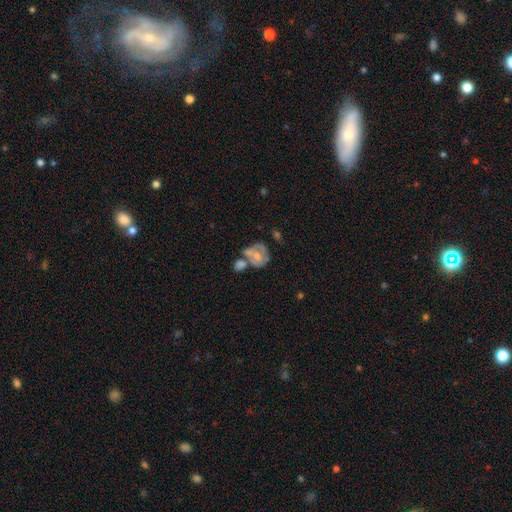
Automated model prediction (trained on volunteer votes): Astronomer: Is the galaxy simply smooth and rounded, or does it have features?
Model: featured or disk — 52% (runner-up: smooth, 41%).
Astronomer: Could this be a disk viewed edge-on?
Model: no — 97%.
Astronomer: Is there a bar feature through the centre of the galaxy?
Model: no — 79%.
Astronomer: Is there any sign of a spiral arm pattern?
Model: no — 61% (runner-up: yes, 39%).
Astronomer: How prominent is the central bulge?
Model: moderate — 60%.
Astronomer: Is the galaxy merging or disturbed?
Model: merger — 44% (runner-up: none, 27%).